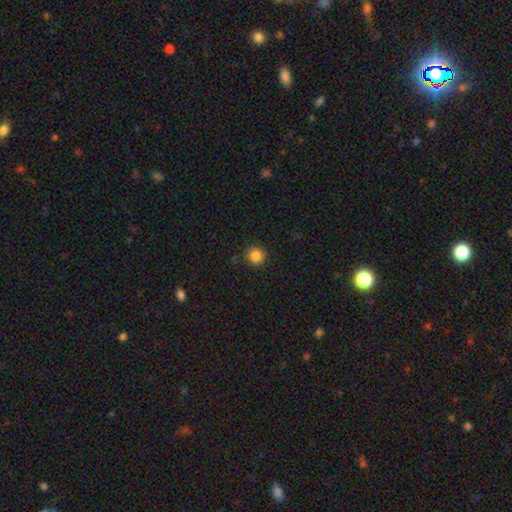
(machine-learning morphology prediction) A smooth galaxy with no disk features (85%) that is round (94%).

Vote fractions:
- Smooth or featured? smooth: 85% / star or artifact: 11% / featured or disk: 4%
- How rounded? round: 94% / in between: 5% / cigar-shaped: 1%
- Merging? none: 89% / minor disturbance: 7% / major disturbance: 2% / merger: 2%